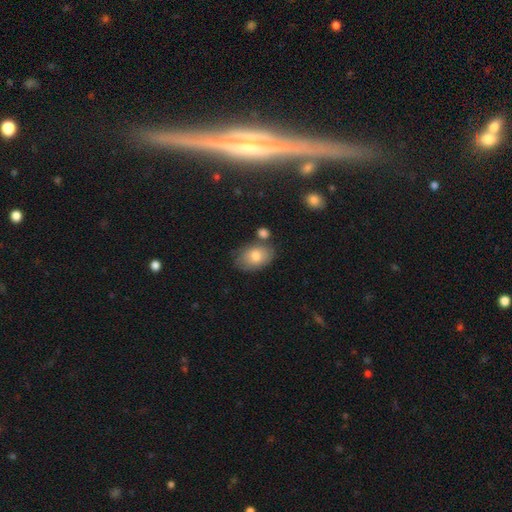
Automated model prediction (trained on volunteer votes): Smooth or featured? Predicted: smooth (p=0.78). How rounded? Predicted: in between (p=0.87). Merging? Predicted: none (p=0.67).